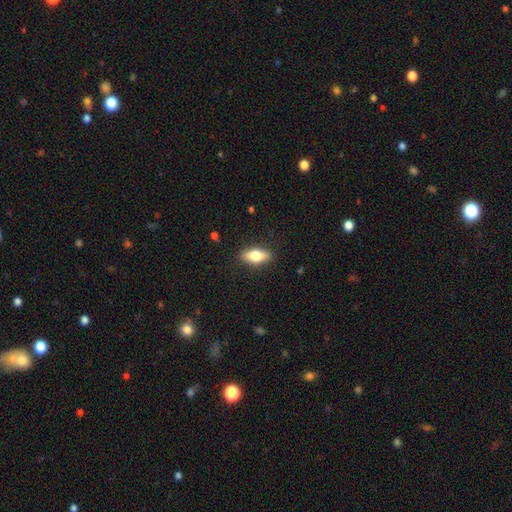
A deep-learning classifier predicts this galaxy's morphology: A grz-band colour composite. It shows a smooth galaxy with no disk features (65%) that is in between round and cigar-shaped (75%). Merging: none (87%).